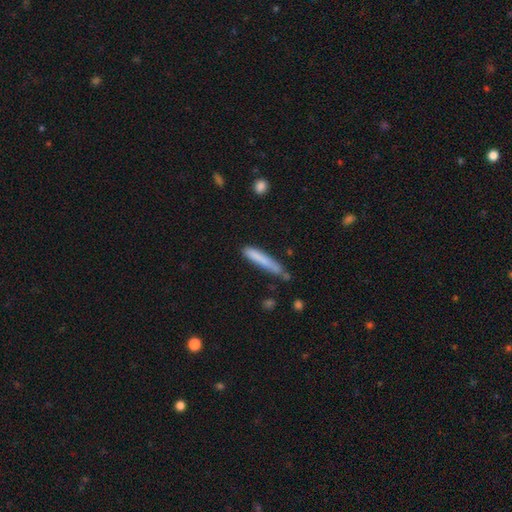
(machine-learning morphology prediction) Smooth or featured? Predicted: smooth (p=0.77). How rounded? Predicted: cigar-shaped (p=0.94). Merging? Predicted: none (p=0.64).